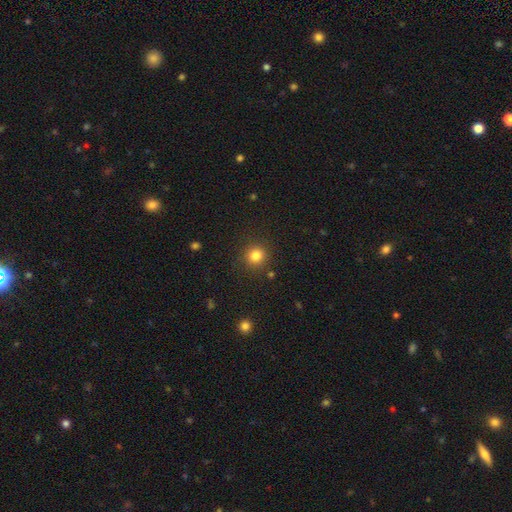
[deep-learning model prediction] Morphology: type=smooth (83%); roundness=round (90%); merging=none (88%).